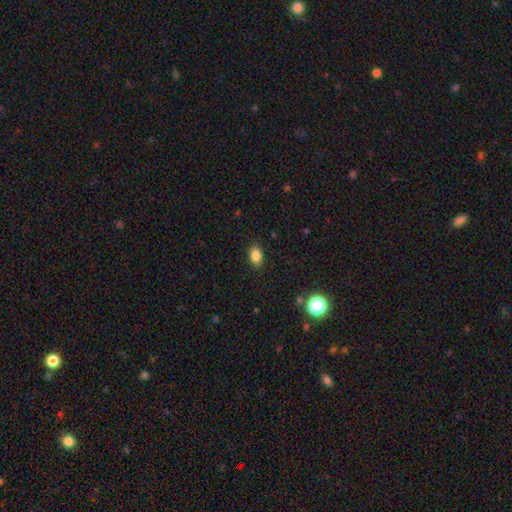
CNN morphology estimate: Overall: smooth (84%). How rounded: in between (83%). Merging: none (88%).